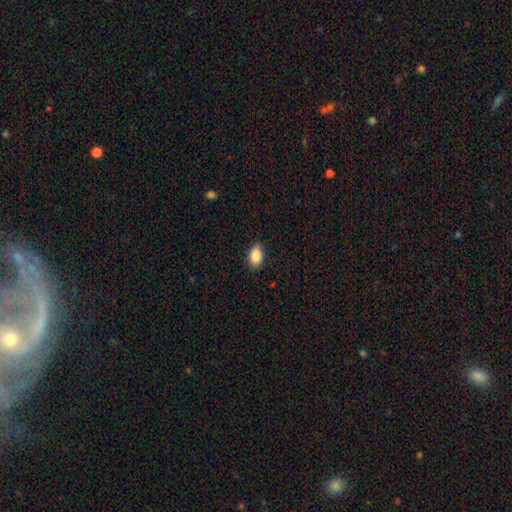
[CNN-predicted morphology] type=smooth (87%); roundness=in between (87%); merging=none (86%).